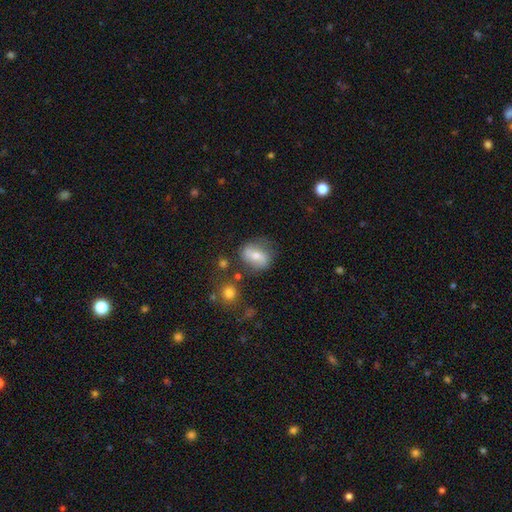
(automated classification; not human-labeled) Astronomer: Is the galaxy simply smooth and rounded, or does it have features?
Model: featured or disk — 51% (runner-up: smooth, 40%).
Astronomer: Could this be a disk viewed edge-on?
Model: no — 94%.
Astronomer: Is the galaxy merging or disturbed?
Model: none — 70%.